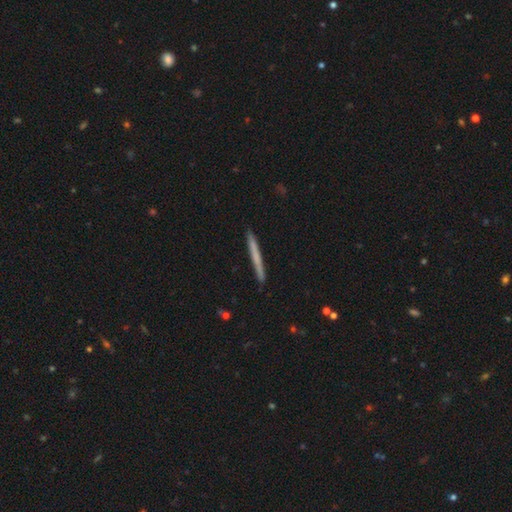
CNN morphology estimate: Smooth or featured: smooth — 56% (featured or disk — 38%)
How rounded: cigar-shaped — 97% (in between — 2%)
Merging: none — 91% (minor disturbance — 7%)